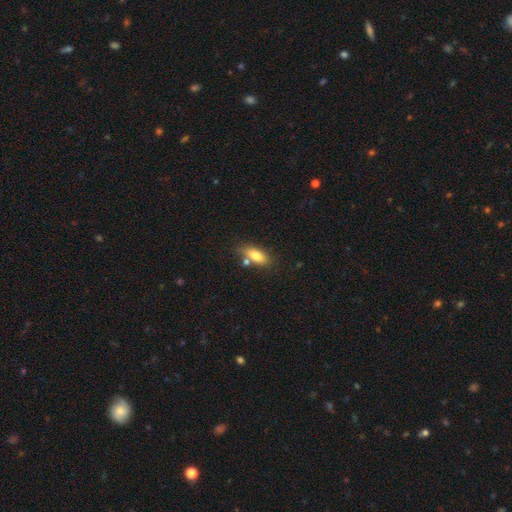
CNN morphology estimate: smooth_or_featured: smooth (p=0.79) [alt: featured or disk p=0.14]
how_rounded: in between (p=0.80) [alt: cigar-shaped p=0.16]
merging: none (p=0.64) [alt: minor disturbance p=0.16]